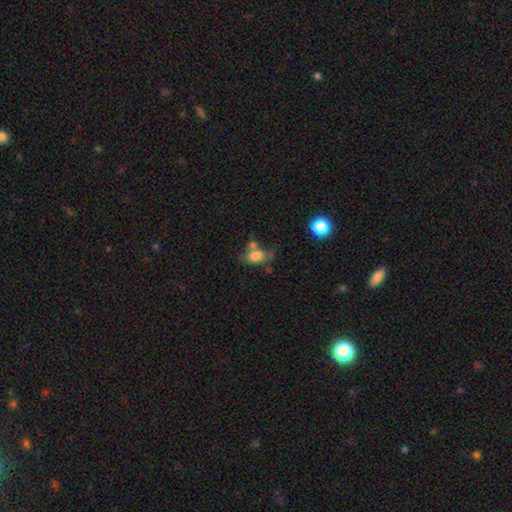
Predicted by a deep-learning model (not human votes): Overall: smooth (74%). How rounded: in between (85%). Merging: none (35%; merger 30%).